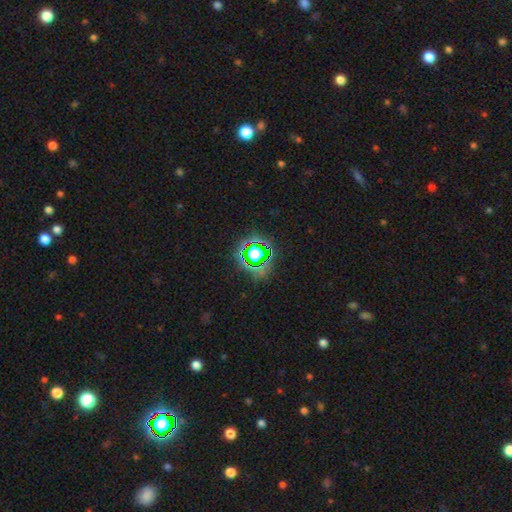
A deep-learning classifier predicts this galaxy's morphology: Q: Smooth or featured?
A: star or artifact (76%); runner-up: smooth (16%)